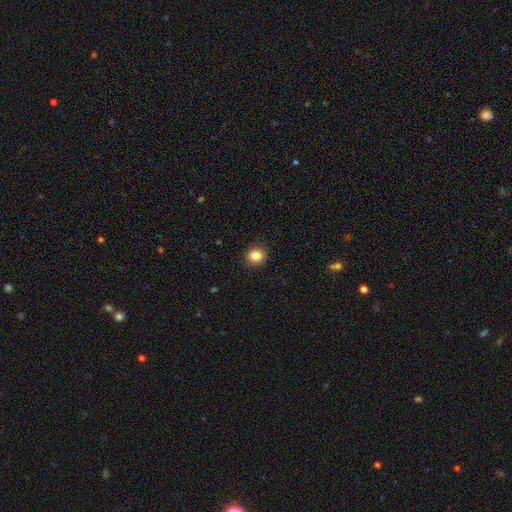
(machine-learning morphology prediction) This appears to be a smooth galaxy with no disk features (85%) that is round (83%). Merging: none (90%).